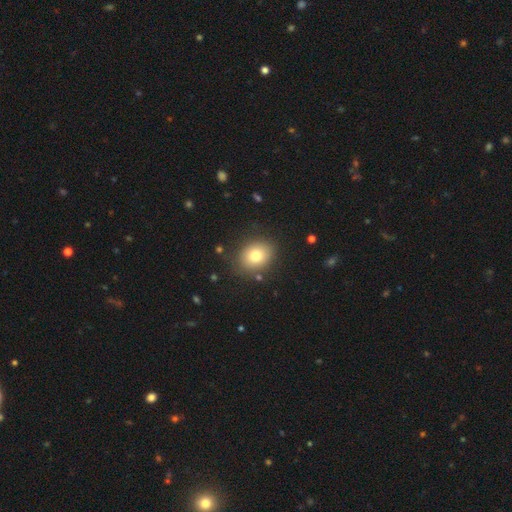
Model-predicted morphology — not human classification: This appears to be a smooth galaxy with no disk features (79%) that is round (53%). Merging: none (85%).